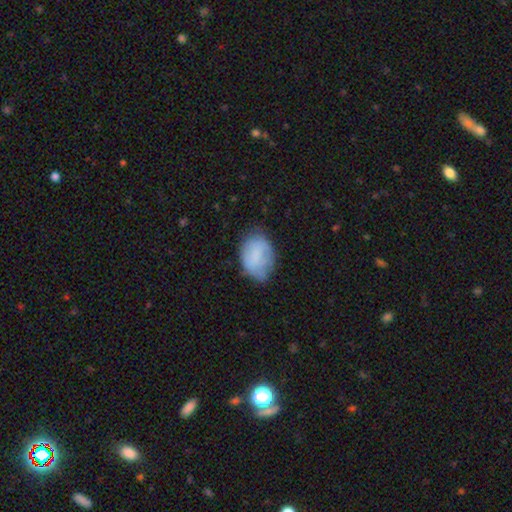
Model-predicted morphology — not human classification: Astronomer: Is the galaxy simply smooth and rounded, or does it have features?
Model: smooth — 76%.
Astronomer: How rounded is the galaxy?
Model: in between — 79%.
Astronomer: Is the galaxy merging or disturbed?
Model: none — 56% (runner-up: minor disturbance, 34%).